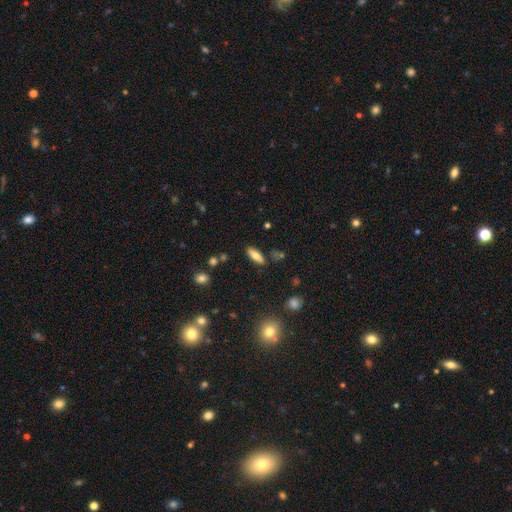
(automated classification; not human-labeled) A smooth galaxy with no disk features (71%) that is in between round and cigar-shaped (63%). Merging: none (83%).